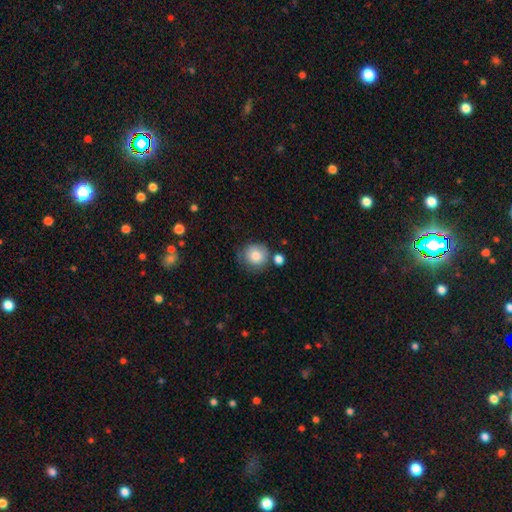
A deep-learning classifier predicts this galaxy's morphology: This is clearly a smooth galaxy (82%). How rounded: clearly round (90%). Merging: likely none (65%).